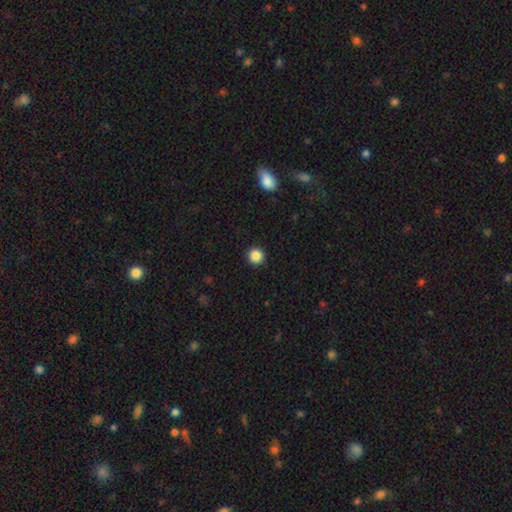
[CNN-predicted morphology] type=smooth (87%); roundness=round (96%); merging=none (93%).